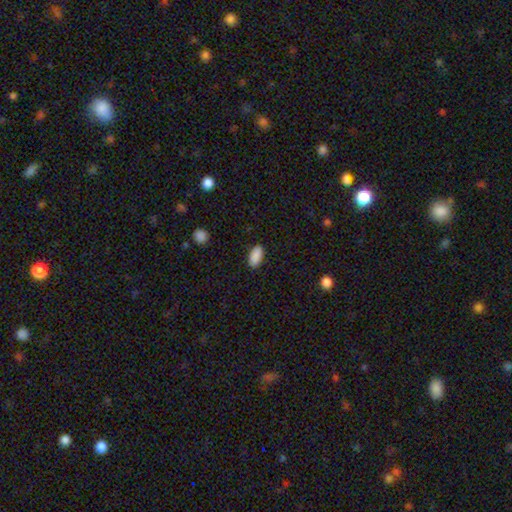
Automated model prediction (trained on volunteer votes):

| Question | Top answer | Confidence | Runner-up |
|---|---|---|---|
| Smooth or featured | smooth | 90% | star or artifact (7%) |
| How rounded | in between | 93% | cigar-shaped (5%) |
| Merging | none | 89% | minor disturbance (8%) |